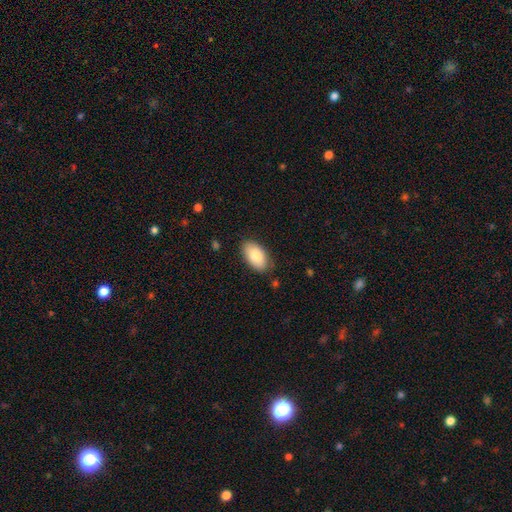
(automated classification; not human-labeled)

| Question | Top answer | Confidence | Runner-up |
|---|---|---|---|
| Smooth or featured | smooth | 85% | featured or disk (9%) |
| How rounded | in between | 95% | round (4%) |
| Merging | none | 83% | minor disturbance (13%) |